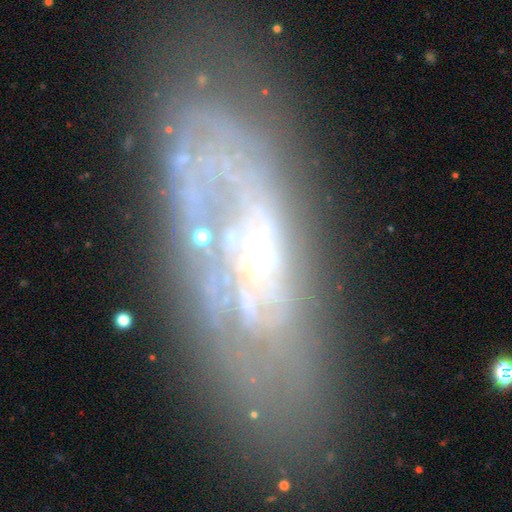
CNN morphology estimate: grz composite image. It shows a featured or disk galaxy (71%) with no bar (70%), spiral arms (55%) and a small central bulge (37%). Merging: none (58%).